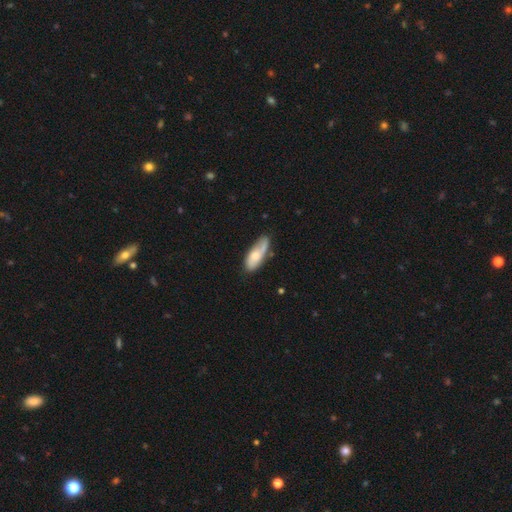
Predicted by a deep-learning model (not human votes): Q: Smooth or featured?
A: smooth (62%); runner-up: featured or disk (32%)
Q: How rounded?
A: in between (72%); runner-up: cigar-shaped (26%)
Q: Merging?
A: none (60%); runner-up: minor disturbance (27%)